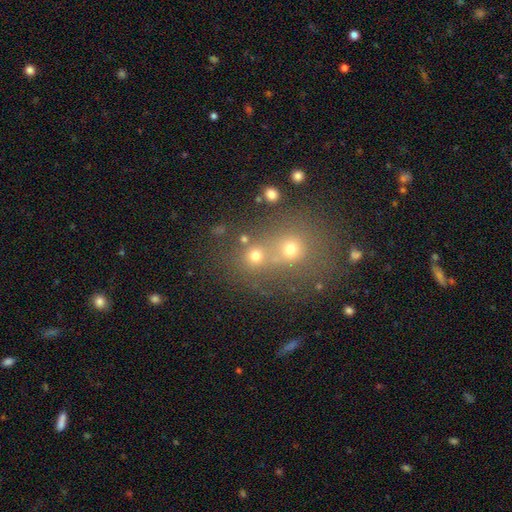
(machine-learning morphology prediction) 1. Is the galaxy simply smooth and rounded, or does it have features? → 68% smooth, 21% star or artifact, 11% featured or disk.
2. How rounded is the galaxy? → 83% round, 16% in between, 1% cigar-shaped.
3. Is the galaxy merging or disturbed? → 47% none, 41% merger, 7% minor disturbance, 4% major disturbance.